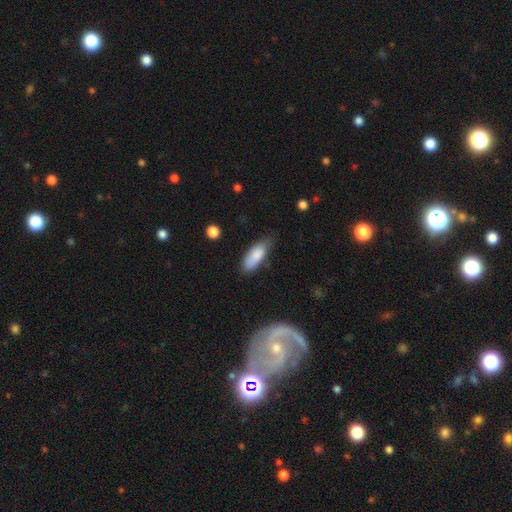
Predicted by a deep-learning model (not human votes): smooth 84%, featured or disk 10%, star or artifact 7%. Down the decision tree: how rounded — in between (75%); merging — none (59%).